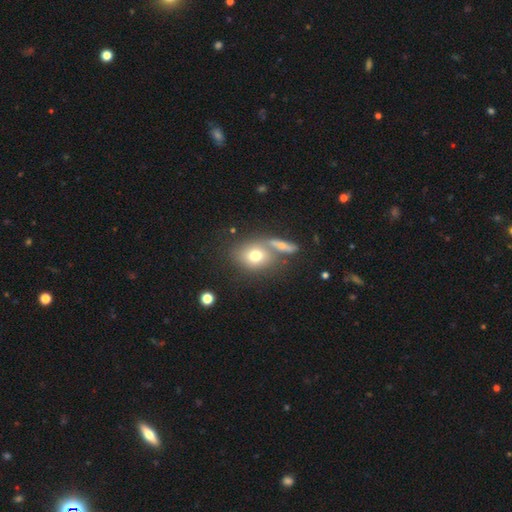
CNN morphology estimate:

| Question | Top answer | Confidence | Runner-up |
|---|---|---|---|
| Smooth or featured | smooth | 71% | featured or disk (19%) |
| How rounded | round | 51% | in between (47%) |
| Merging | none | 50% | merger (31%) |